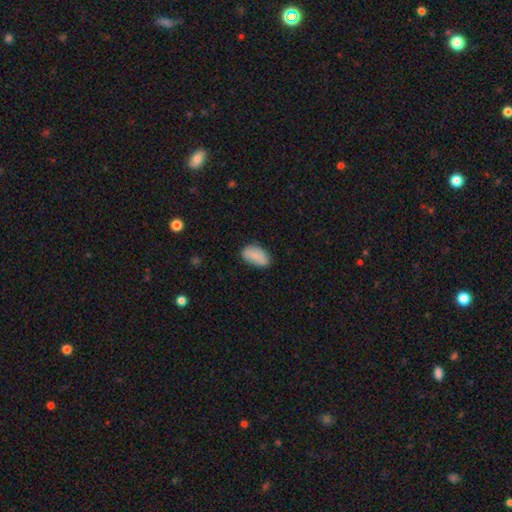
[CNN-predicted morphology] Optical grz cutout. It shows a smooth galaxy with no disk features (79%) that is in between round and cigar-shaped (93%). Merging: none (74%).